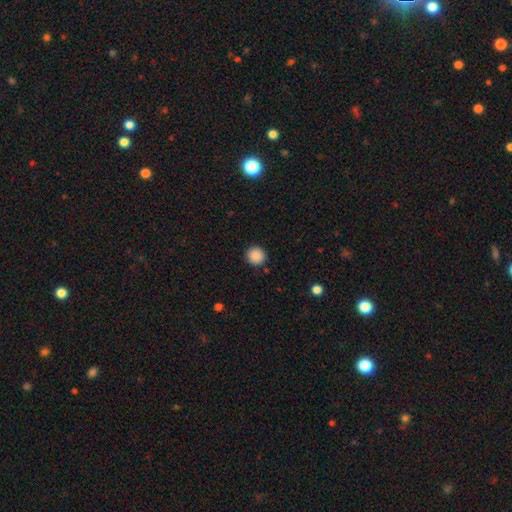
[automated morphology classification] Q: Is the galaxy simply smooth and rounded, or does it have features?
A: smooth — 89%.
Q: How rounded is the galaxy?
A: round — 92%.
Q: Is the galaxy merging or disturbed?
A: none — 90%.